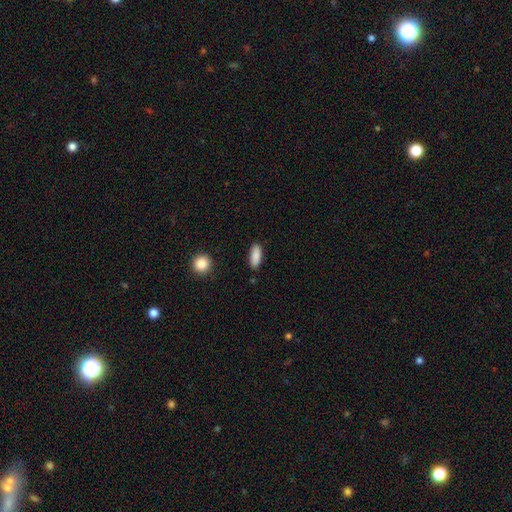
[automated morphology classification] This is clearly a smooth galaxy (88%). How rounded: likely in between (73%). Merging: clearly none (86%).